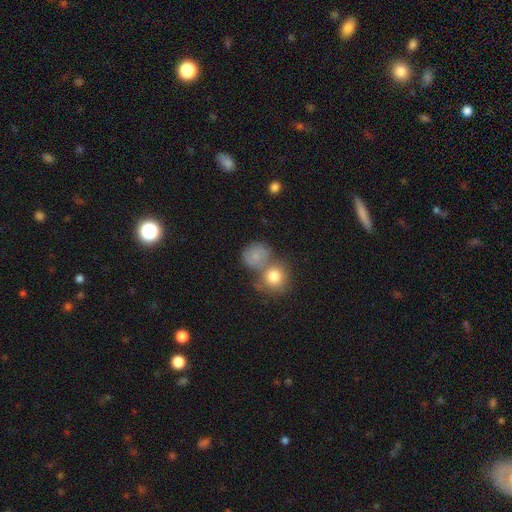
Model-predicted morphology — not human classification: smooth 73%, featured or disk 16%, star or artifact 10%. Down the decision tree: how rounded — round (80%); merging — none (42%).